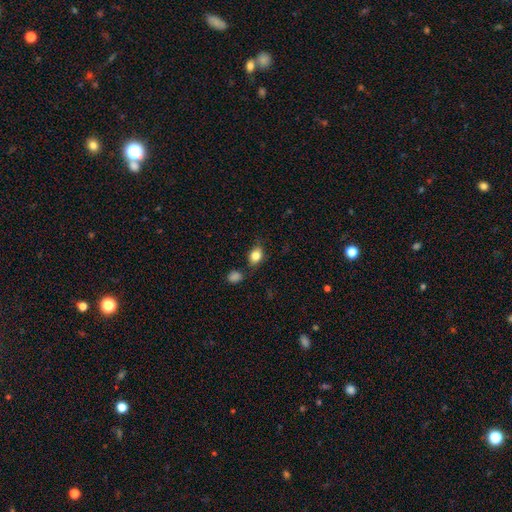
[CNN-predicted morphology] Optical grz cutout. It shows a smooth galaxy with no disk features (82%) that is in between round and cigar-shaped (64%). Merging: none (73%).